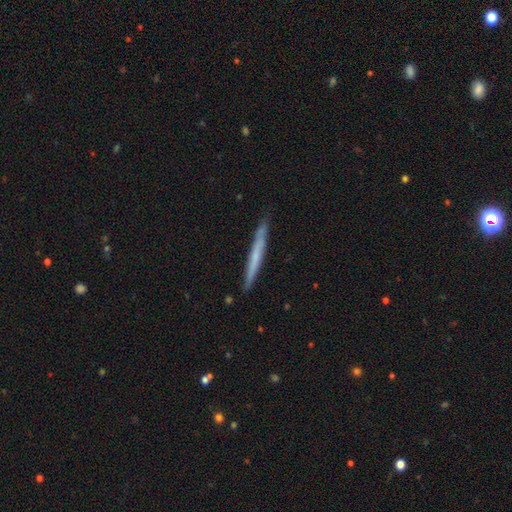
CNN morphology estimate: Smooth or featured? smooth (50%)
How rounded? cigar-shaped (97%)
Merging? none (88%)